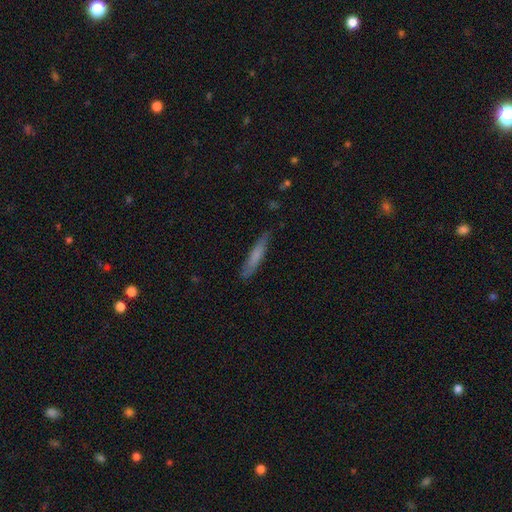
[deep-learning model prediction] Smooth or featured? smooth (65%)
How rounded? cigar-shaped (91%)
Merging? none (82%)